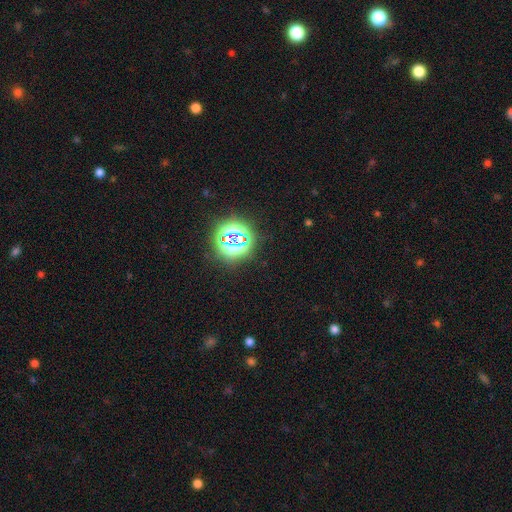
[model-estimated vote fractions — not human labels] Overall: star or artifact (81%).